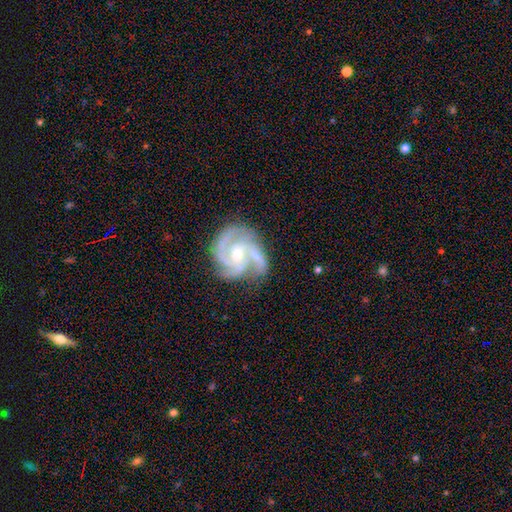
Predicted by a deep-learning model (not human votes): smooth-or-featured: featured or disk: 90% | star or artifact: 5% | smooth: 5%
  disk-edge-on: no: 98% | yes: 2%
    bar: no: 59% | weak: 32% | strong: 10%
    has-spiral-arms: yes: 98% | no: 2%
      spiral-winding: tight: 49% | medium: 45% | loose: 7%
      spiral-arm-count: 3: 66% | 4: 15% | 2: 8% | can't tell: 5% | more than 4: 3% | 1: 3%
    bulge-size: small: 52% | moderate: 45% | large: 2% | none: 1% | dominant: 1%
  merging: none: 70% | minor disturbance: 19% | major disturbance: 8% | merger: 3%